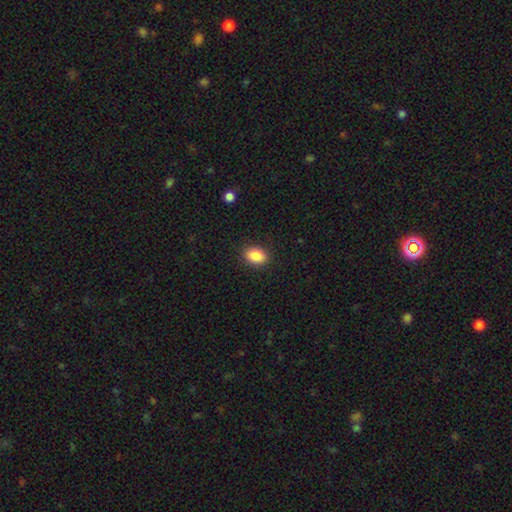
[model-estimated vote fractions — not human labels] smooth 88%, star or artifact 8%, featured or disk 4%. Down the decision tree: how rounded — in between (80%); merging — none (89%).